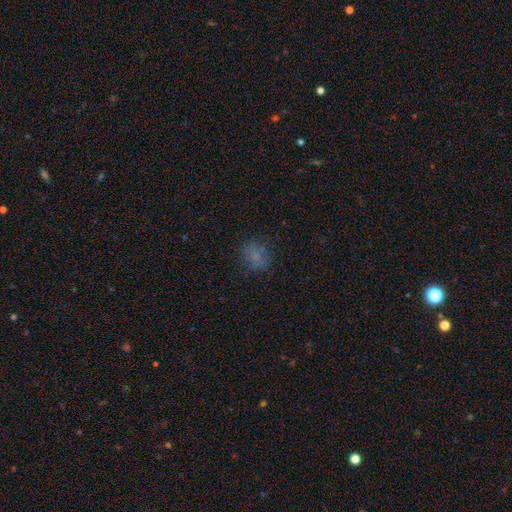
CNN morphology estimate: A smooth galaxy with no disk features (72%) that is round (66%).

Vote fractions:
- Smooth or featured? smooth: 72% / star or artifact: 18% / featured or disk: 11%
- How rounded? round: 66% / in between: 33% / cigar-shaped: 1%
- Merging? none: 77% / minor disturbance: 16% / major disturbance: 6% / merger: 2%